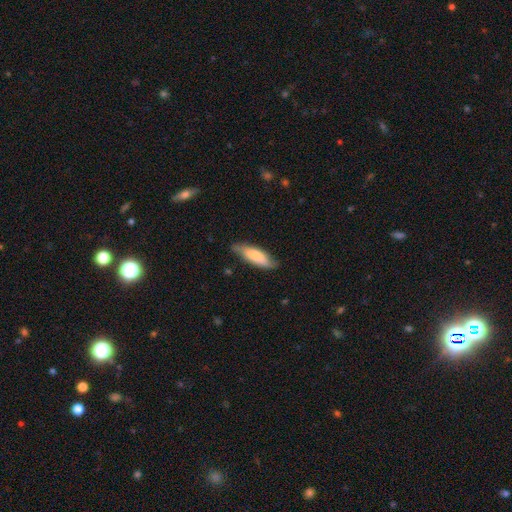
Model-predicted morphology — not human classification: This is likely a smooth galaxy (74%). How rounded: possibly cigar-shaped (51%). Merging: likely none (73%).